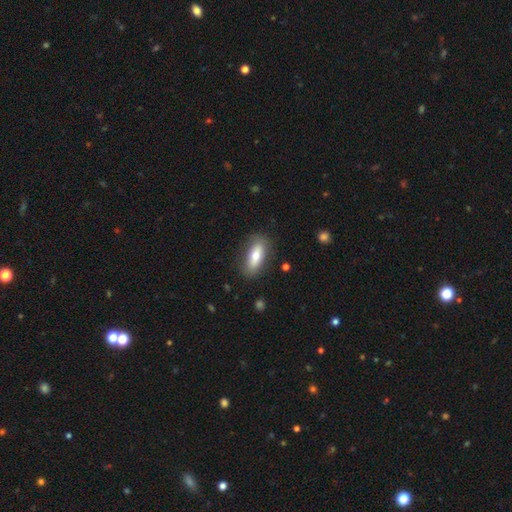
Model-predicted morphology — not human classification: Q: Smooth or featured?
A: smooth (67%); runner-up: featured or disk (27%)
Q: How rounded?
A: in between (72%); runner-up: cigar-shaped (24%)
Q: Merging?
A: none (83%); runner-up: minor disturbance (12%)